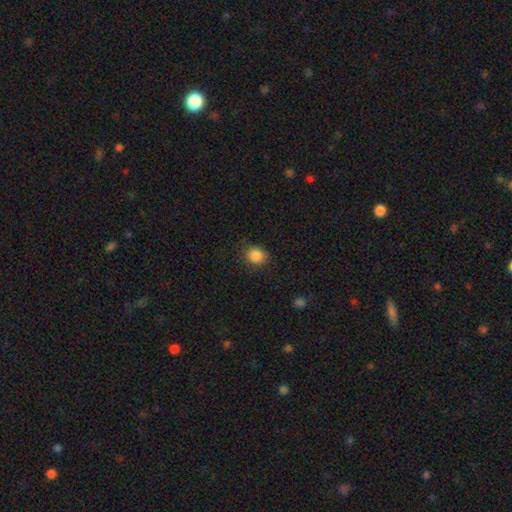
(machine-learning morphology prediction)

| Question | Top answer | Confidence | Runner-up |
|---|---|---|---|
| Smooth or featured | smooth | 86% | star or artifact (10%) |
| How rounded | round | 73% | in between (26%) |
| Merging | none | 82% | minor disturbance (14%) |